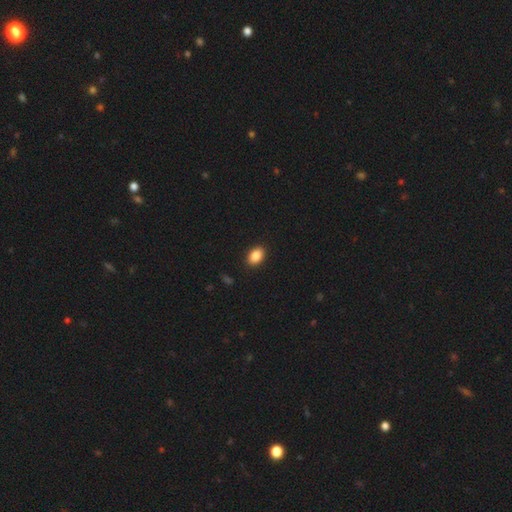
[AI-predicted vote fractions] A smooth galaxy with no disk features (87%) that is in between round and cigar-shaped (82%).

Vote fractions:
- Smooth or featured? smooth: 87% / star or artifact: 8% / featured or disk: 5%
- How rounded? in between: 82% / round: 17% / cigar-shaped: 1%
- Merging? none: 90% / minor disturbance: 7% / major disturbance: 2% / merger: 1%